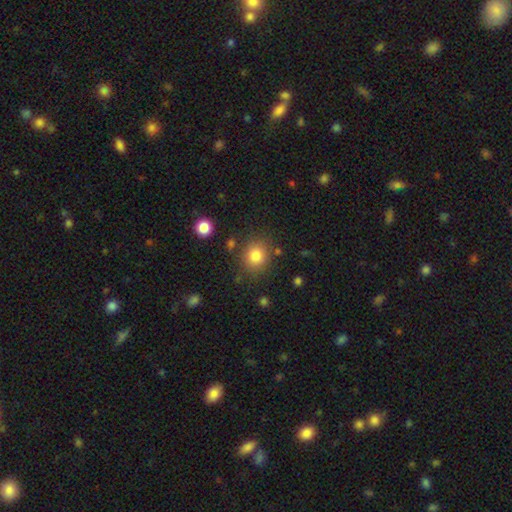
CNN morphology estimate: This appears to be a smooth galaxy with no disk features (81%) that is round (78%). Merging: none (82%).